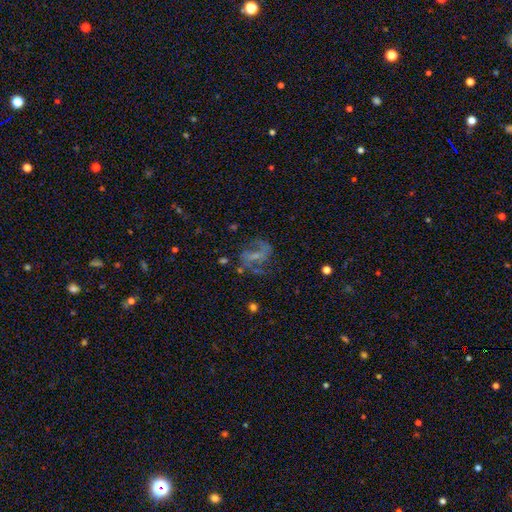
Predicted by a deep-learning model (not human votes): A featured or disk galaxy (69%) with a weak bar (44%), 2 (76%) loose (44%) spiral arms (77%) and a small central bulge (44%). Merging: none (52%).